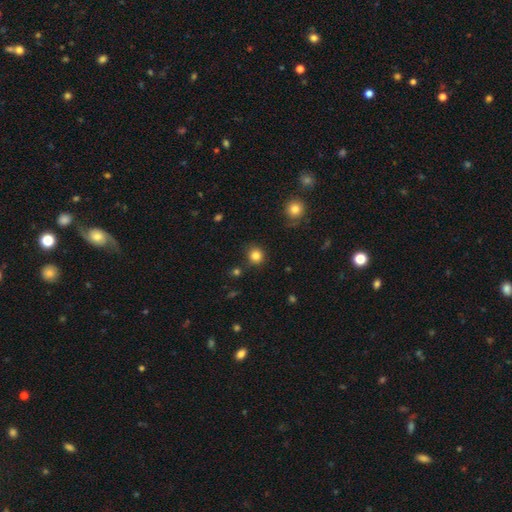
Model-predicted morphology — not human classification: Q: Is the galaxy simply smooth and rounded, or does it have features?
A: smooth — 83%.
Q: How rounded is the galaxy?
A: round — 91%.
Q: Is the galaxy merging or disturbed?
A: none — 86%.